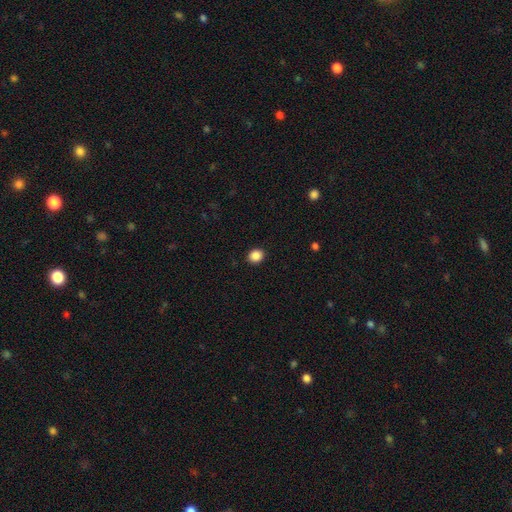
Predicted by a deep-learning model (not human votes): smooth 87%, star or artifact 10%, featured or disk 3%. Down the decision tree: how rounded — round (72%); merging — none (92%).